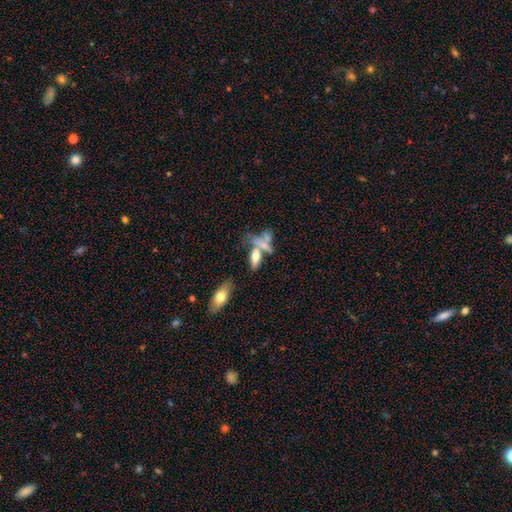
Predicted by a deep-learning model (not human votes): This is likely a smooth galaxy (63%). How rounded: possibly in between (57%). Merging: marginally merger (41%).